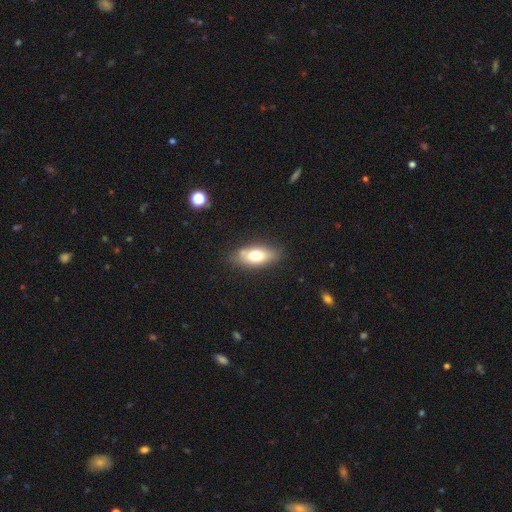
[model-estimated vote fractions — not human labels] Smooth or featured? Predicted: smooth (p=0.71). How rounded? Predicted: in between (p=0.82). Merging? Predicted: none (p=0.78).